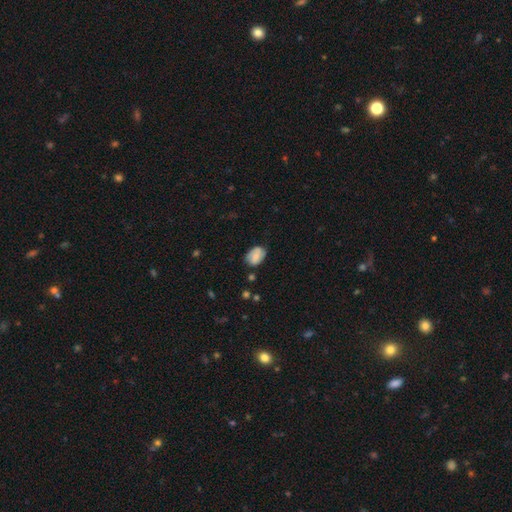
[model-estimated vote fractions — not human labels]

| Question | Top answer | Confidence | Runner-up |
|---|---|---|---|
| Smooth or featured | smooth | 70% | featured or disk (22%) |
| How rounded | in between | 81% | round (17%) |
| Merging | none | 65% | minor disturbance (26%) |